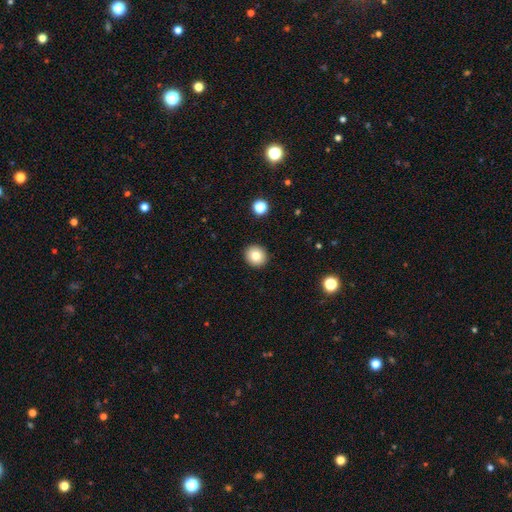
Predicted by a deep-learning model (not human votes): A smooth galaxy with no disk features (82%) that is round (88%). Merging: none (92%).